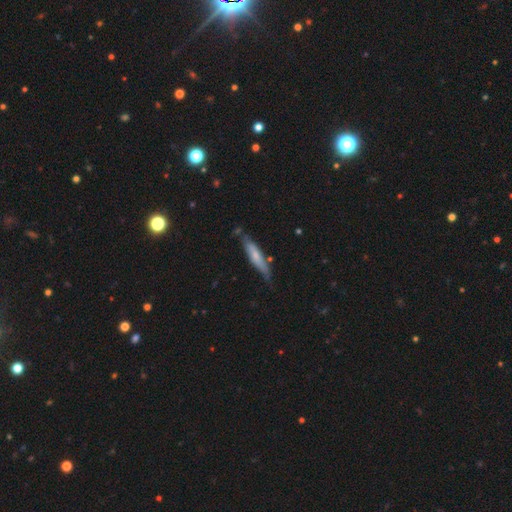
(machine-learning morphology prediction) type=smooth (58%); roundness=cigar-shaped (86%); merging=none (70%).